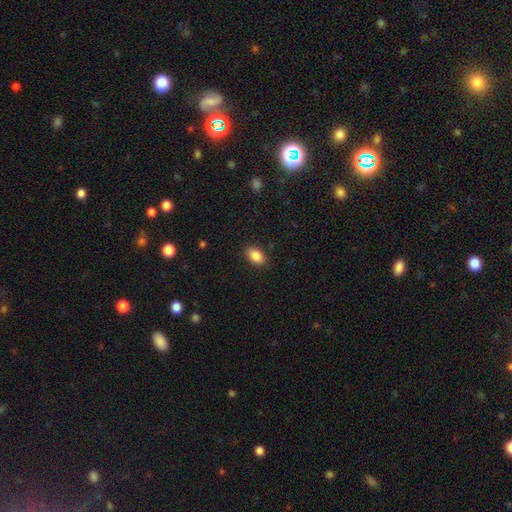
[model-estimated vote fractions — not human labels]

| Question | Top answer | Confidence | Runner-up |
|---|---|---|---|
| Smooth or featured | smooth | 87% | star or artifact (8%) |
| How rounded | in between | 88% | round (10%) |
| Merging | none | 87% | minor disturbance (9%) |